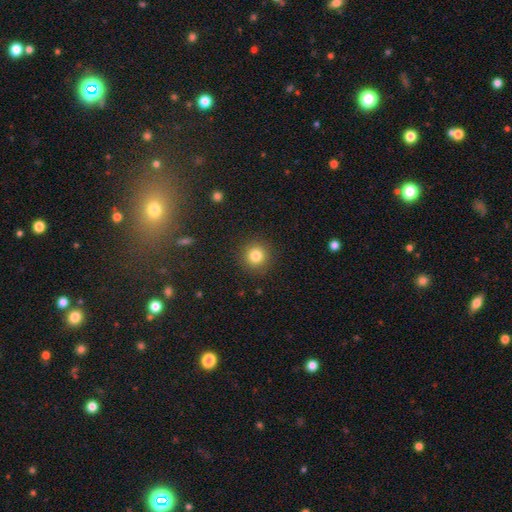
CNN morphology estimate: The model was most divided on "smooth or featured": smooth: 82%, star or artifact: 12%, featured or disk: 6%. More confident: how rounded — round (94%); merging — none (91%).